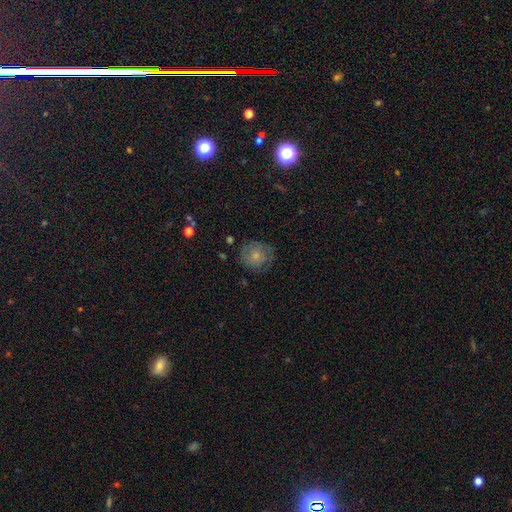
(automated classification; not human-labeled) Smooth or featured? smooth (63%)
How rounded? round (85%)
Merging? none (67%)